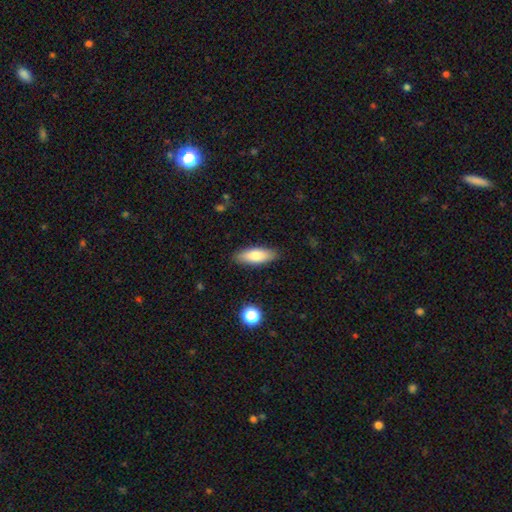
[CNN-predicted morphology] smooth-or-featured: smooth: 78% | featured or disk: 15% | star or artifact: 6%
  how-rounded: in between: 68% | cigar-shaped: 30% | round: 2%
  merging: none: 88% | minor disturbance: 9% | major disturbance: 2% | merger: 1%